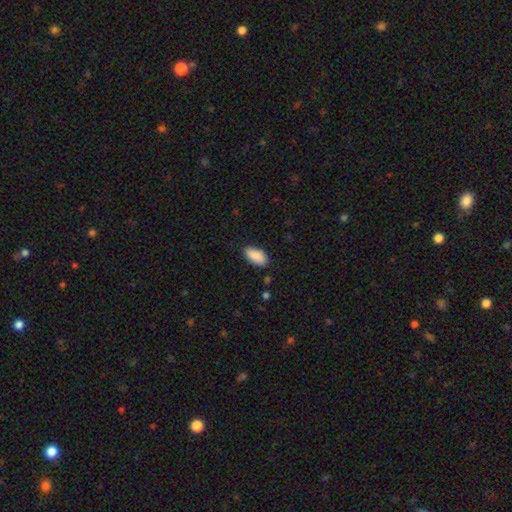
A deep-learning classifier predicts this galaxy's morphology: A smooth galaxy with no disk features (90%) that is in between round and cigar-shaped (94%).

Vote fractions:
- Smooth or featured? smooth: 90% / star or artifact: 6% / featured or disk: 3%
- How rounded? in between: 94% / cigar-shaped: 4% / round: 2%
- Merging? none: 86% / minor disturbance: 11% / major disturbance: 2% / merger: 1%